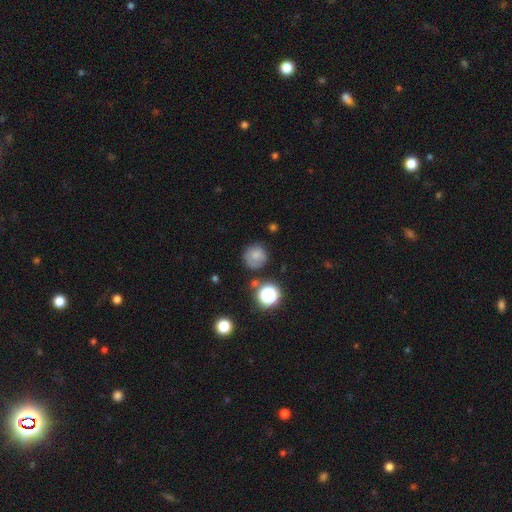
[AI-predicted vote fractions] Smooth or featured?
  - smooth: 74% *
  - star or artifact: 15%
  - featured or disk: 11%
How rounded?
  - round: 90% *
  - in between: 9%
  - cigar-shaped: 1%
Merging?
  - none: 71% *
  - minor disturbance: 18%
  - major disturbance: 6%
  - merger: 5%